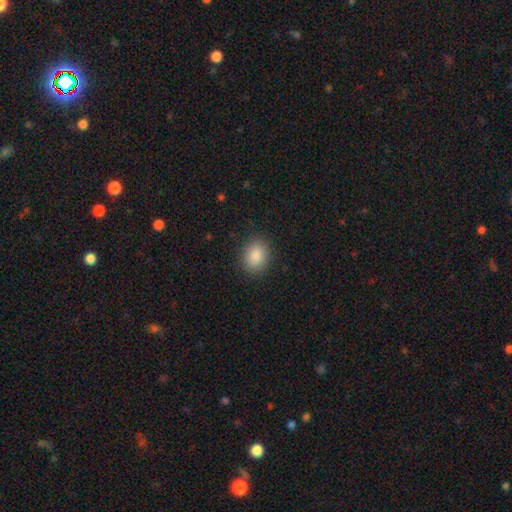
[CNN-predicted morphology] This appears to be a smooth galaxy with no disk features (88%) that is in between round and cigar-shaped (50%). Merging: none (88%).